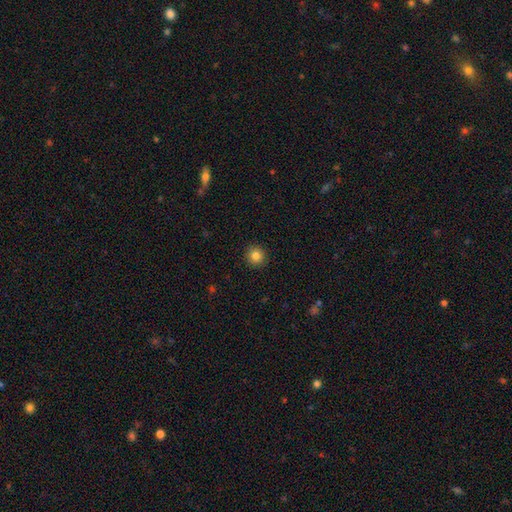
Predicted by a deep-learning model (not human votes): smooth_or_featured: smooth (p=0.84) [alt: star or artifact p=0.11]
how_rounded: round (p=0.94) [alt: in between p=0.05]
merging: none (p=0.92) [alt: minor disturbance p=0.05]